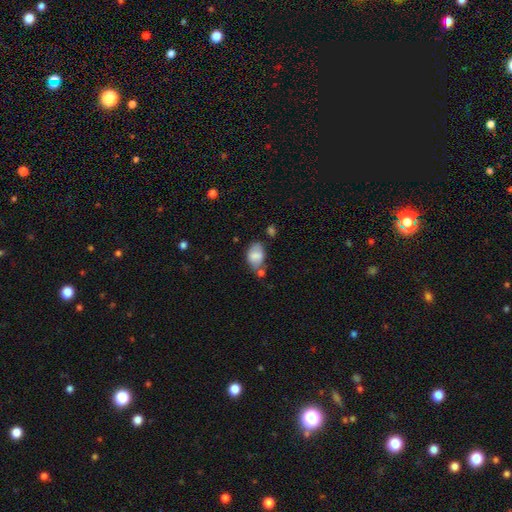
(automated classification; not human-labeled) A smooth galaxy with no disk features (78%) that is in between round and cigar-shaped (86%).

Vote fractions:
- Smooth or featured? smooth: 78% / featured or disk: 15% / star or artifact: 8%
- How rounded? in between: 86% / round: 13% / cigar-shaped: 1%
- Merging? none: 49% / minor disturbance: 26% / merger: 17% / major disturbance: 8%